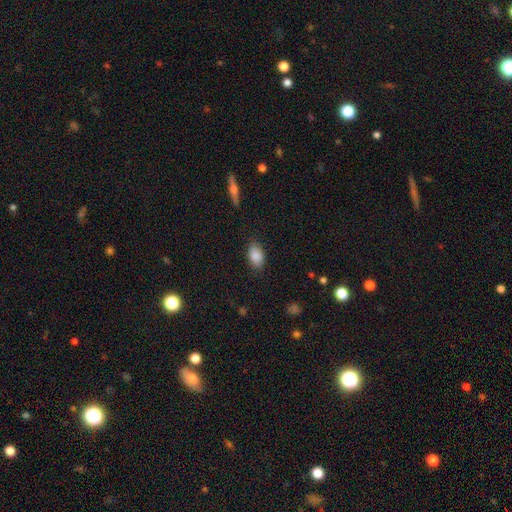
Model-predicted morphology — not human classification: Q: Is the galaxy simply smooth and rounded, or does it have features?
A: smooth — 87%.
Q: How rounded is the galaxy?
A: in between — 90%.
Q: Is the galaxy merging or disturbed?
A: none — 83%.